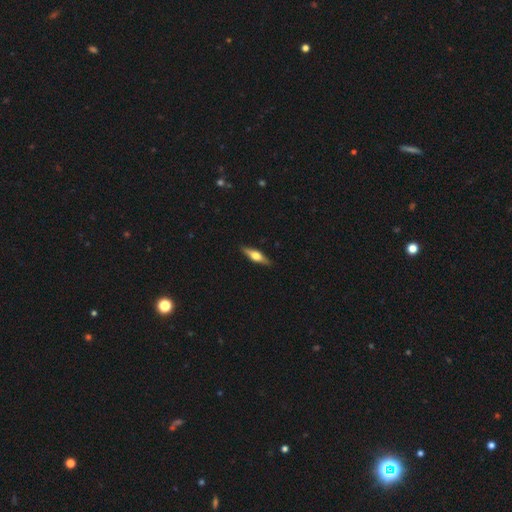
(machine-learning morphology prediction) This appears to be a featured or disk galaxy (58%) viewed edge-on (95%) with a rounded central bulge (93%). Merging: none (89%).